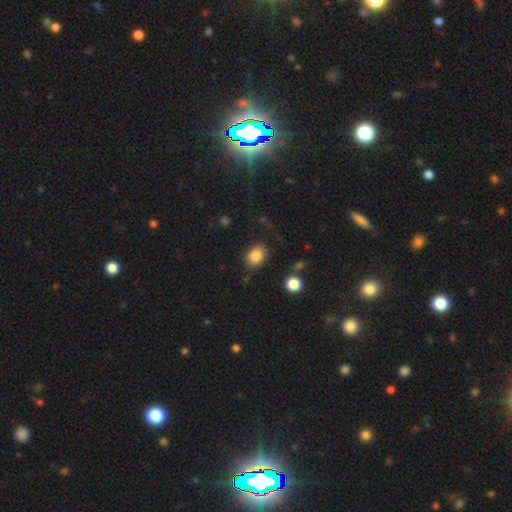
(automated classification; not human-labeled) This is clearly a smooth galaxy (86%). How rounded: likely in between (60%). Merging: clearly none (82%).